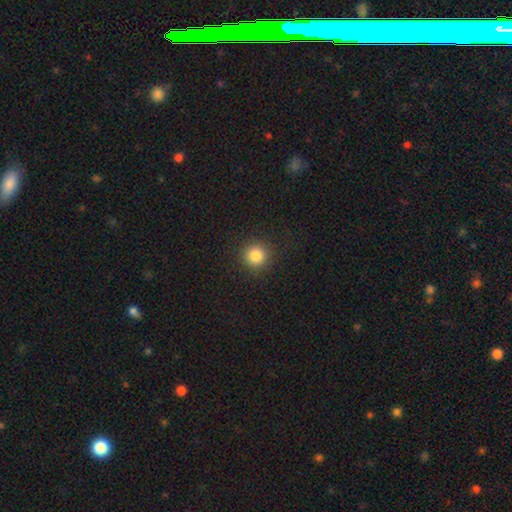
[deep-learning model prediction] Smooth or featured? smooth (84%)
How rounded? round (94%)
Merging? none (91%)